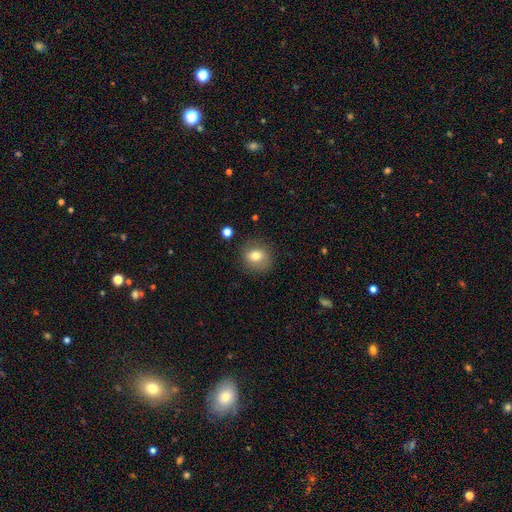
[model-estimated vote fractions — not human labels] A smooth galaxy with no disk features (73%) that is round (73%).

Vote fractions:
- Smooth or featured? smooth: 73% / featured or disk: 17% / star or artifact: 10%
- How rounded? round: 73% / in between: 26% / cigar-shaped: 1%
- Merging? none: 80% / minor disturbance: 14% / major disturbance: 5% / merger: 2%